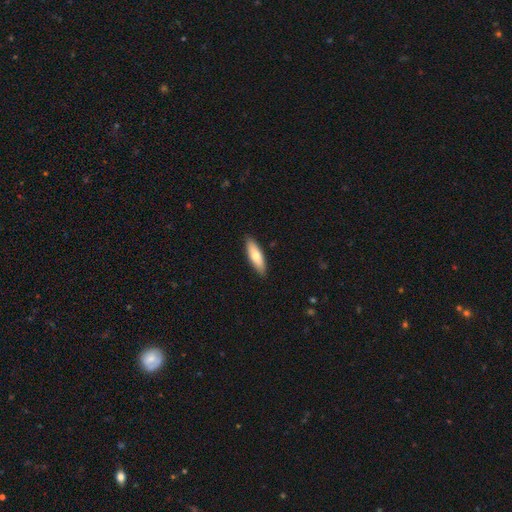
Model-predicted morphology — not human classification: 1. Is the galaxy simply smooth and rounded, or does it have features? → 70% smooth, 25% featured or disk, 6% star or artifact.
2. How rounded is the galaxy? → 53% in between, 45% cigar-shaped, 2% round.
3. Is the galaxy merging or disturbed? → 88% none, 9% minor disturbance, 2% major disturbance, 1% merger.